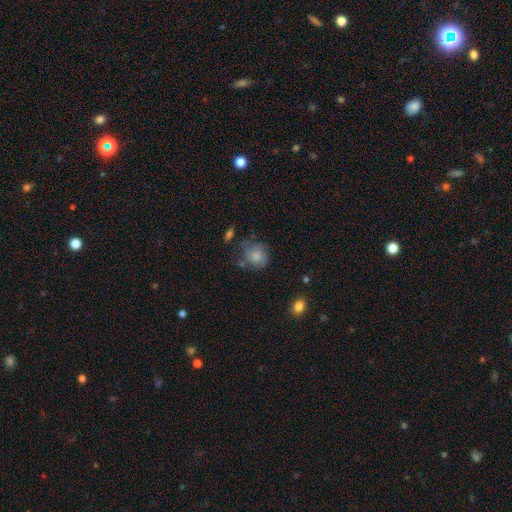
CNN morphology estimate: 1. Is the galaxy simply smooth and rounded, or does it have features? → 75% smooth, 17% featured or disk, 9% star or artifact.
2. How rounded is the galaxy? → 70% round, 29% in between, 1% cigar-shaped.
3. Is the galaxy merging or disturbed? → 52% none, 29% minor disturbance, 13% major disturbance, 6% merger.